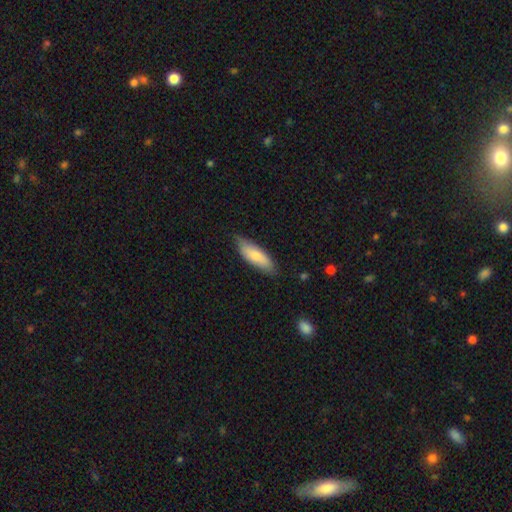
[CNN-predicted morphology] smooth-or-featured: smooth: 78% | featured or disk: 17% | star or artifact: 5%
  how-rounded: in between: 61% | cigar-shaped: 38% | round: 2%
  merging: none: 74% | minor disturbance: 22% | major disturbance: 3% | merger: 1%